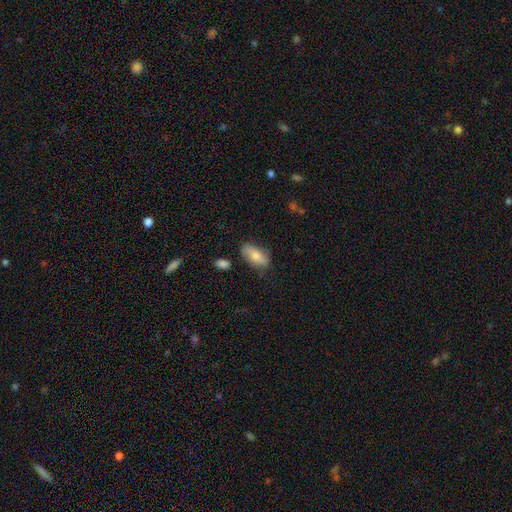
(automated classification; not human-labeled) smooth 72%, featured or disk 22%, star or artifact 7%. Down the decision tree: how rounded — in between (88%); merging — none (71%).